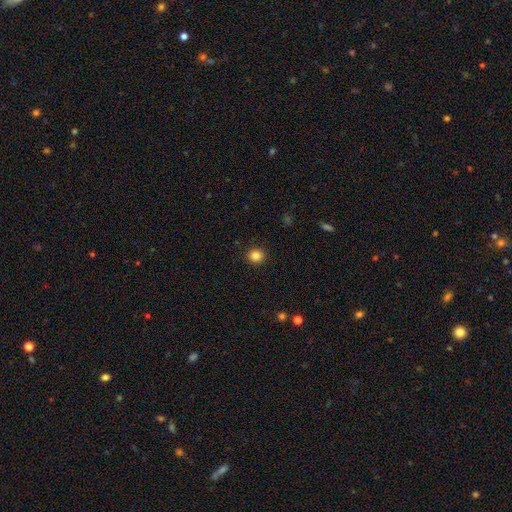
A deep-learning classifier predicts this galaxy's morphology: smooth-or-featured: smooth: 85% | star or artifact: 11% | featured or disk: 4%
  how-rounded: round: 88% | in between: 11% | cigar-shaped: 1%
  merging: none: 92% | minor disturbance: 5% | major disturbance: 2% | merger: 1%